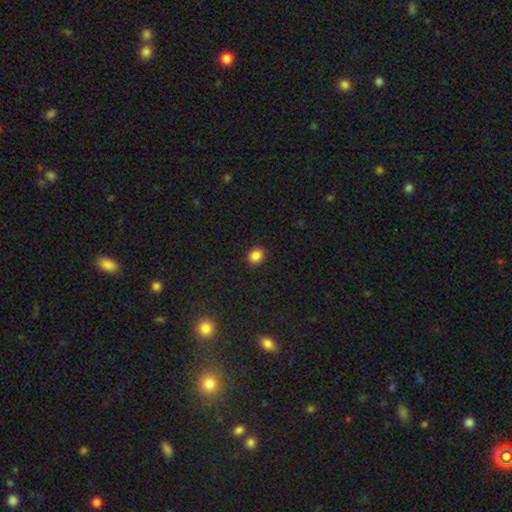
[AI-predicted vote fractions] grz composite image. It shows a smooth galaxy with no disk features (86%) that is round (70%). Merging: none (91%).